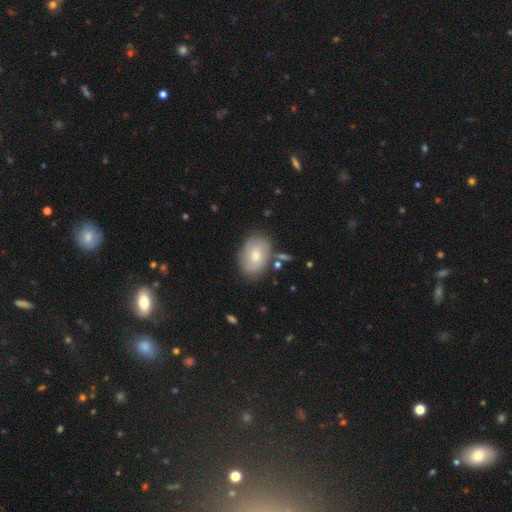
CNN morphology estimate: type=smooth (60%); roundness=in between (81%); merging=none (75%).